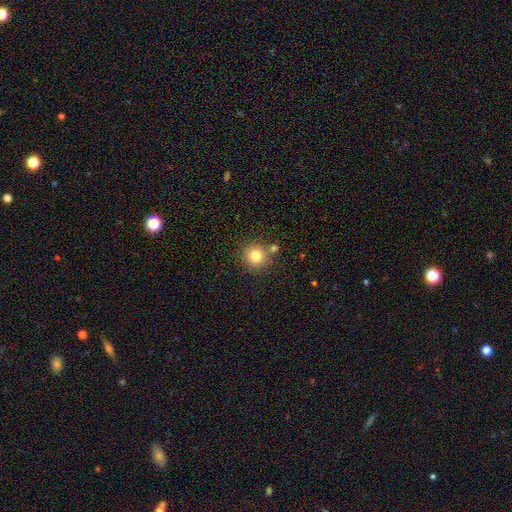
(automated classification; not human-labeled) Smooth or featured: smooth — 81% (star or artifact — 11%)
How rounded: round — 93% (in between — 6%)
Merging: none — 77% (merger — 12%)